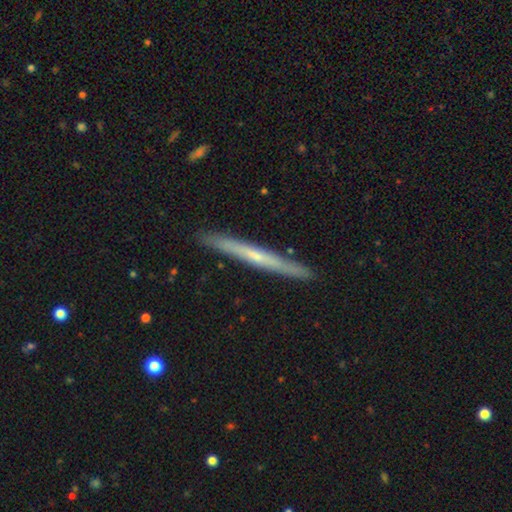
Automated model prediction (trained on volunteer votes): Smooth or featured? featured or disk (59%)
Edge-on disk? yes (96%)
Edge-on bulge? none (63%)
Merging? none (91%)